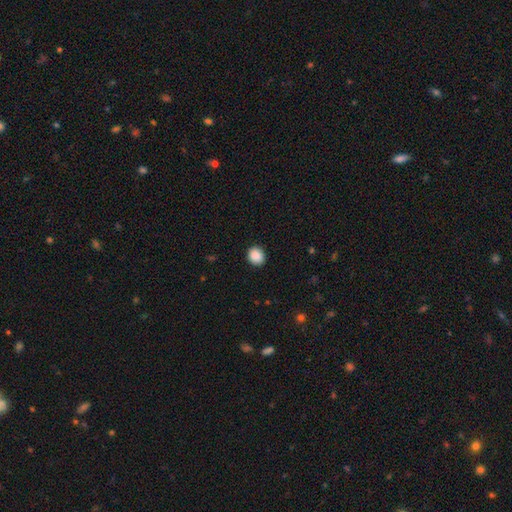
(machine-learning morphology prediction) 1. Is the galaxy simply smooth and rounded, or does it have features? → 89% smooth, 8% star or artifact, 3% featured or disk.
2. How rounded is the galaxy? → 70% round, 29% in between, 1% cigar-shaped.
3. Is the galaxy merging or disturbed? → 90% none, 8% minor disturbance, 2% major disturbance, 1% merger.